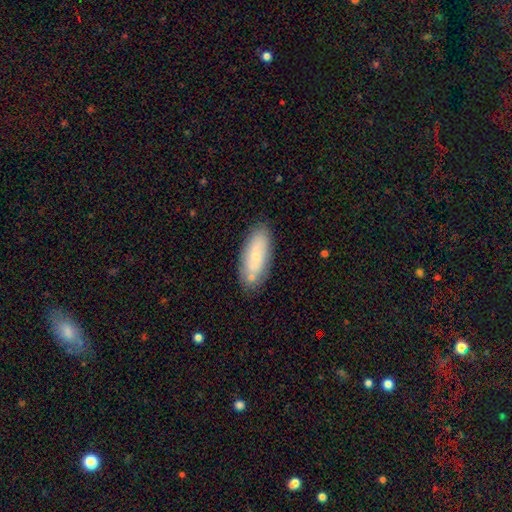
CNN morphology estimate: smooth 67%, featured or disk 26%, star or artifact 7%. Down the decision tree: how rounded — in between (76%); merging — none (76%).